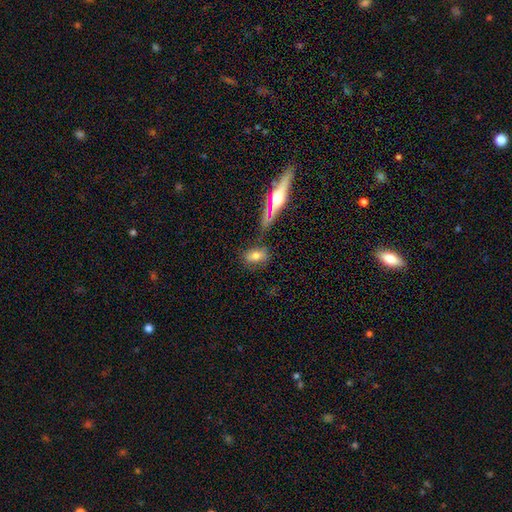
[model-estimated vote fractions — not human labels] A smooth galaxy with no disk features (68%) that is in between round and cigar-shaped (81%). Merging: none (71%).